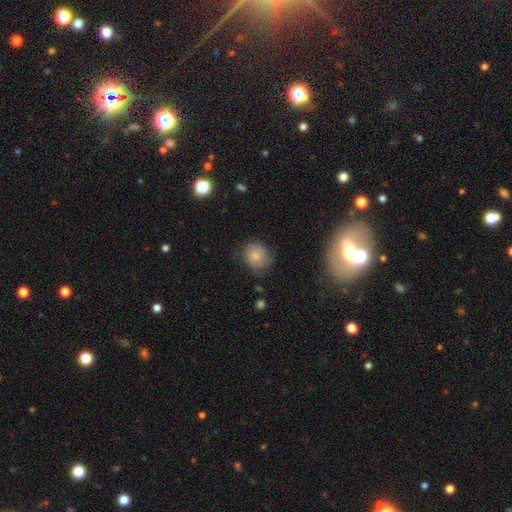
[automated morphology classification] Overall: smooth (71%). How rounded: round (80%). Merging: none (62%; minor disturbance 26%).